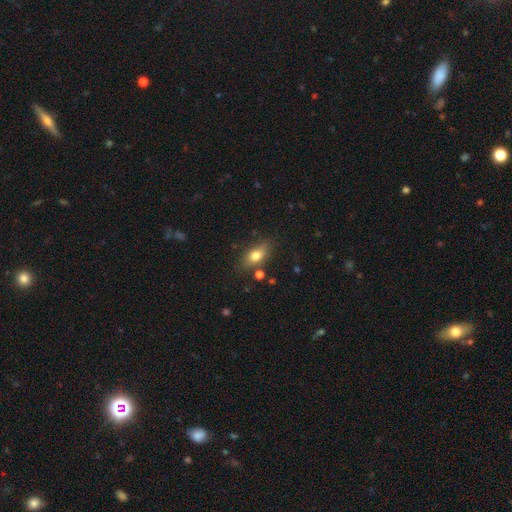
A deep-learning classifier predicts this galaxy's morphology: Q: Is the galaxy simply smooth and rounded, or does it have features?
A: smooth — 76%.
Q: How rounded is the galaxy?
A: in between — 82%.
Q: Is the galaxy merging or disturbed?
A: none — 77%.